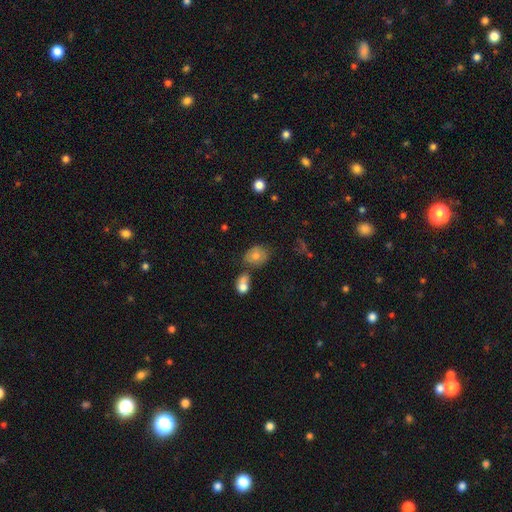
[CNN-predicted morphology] type=smooth (66%); roundness=in between (51%); merging=none (57%).